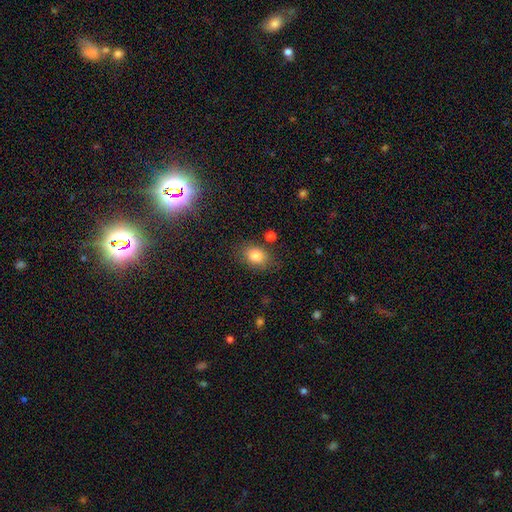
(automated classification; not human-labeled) Smooth or featured? Predicted: smooth (p=0.83). How rounded? Predicted: in between (p=0.67). Merging? Predicted: none (p=0.78).